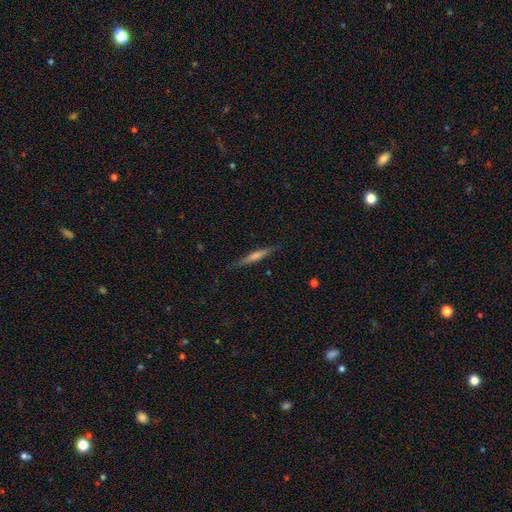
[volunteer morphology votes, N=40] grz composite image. It shows a featured or disk galaxy (57%) viewed edge-on (100%) with a rounded central bulge (52%). Merging: none (94%).